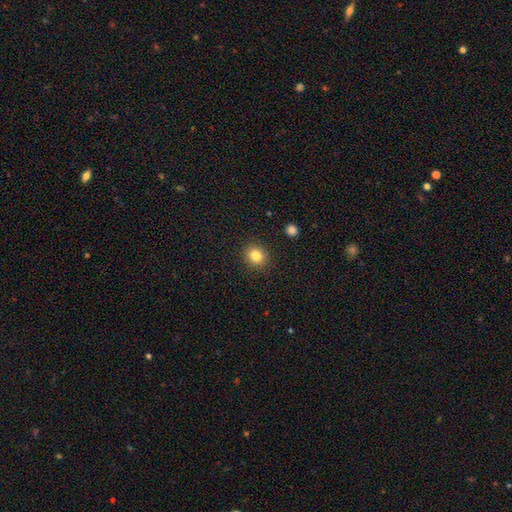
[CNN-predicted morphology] A smooth galaxy with no disk features (83%) that is round (71%).

Vote fractions:
- Smooth or featured? smooth: 83% / star or artifact: 11% / featured or disk: 6%
- How rounded? round: 71% / in between: 28% / cigar-shaped: 1%
- Merging? none: 89% / minor disturbance: 7% / major disturbance: 2% / merger: 1%